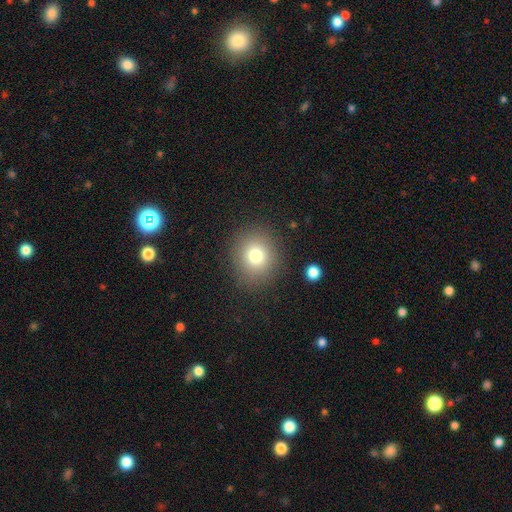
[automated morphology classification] Smooth or featured? smooth (77%)
How rounded? round (82%)
Merging? none (86%)